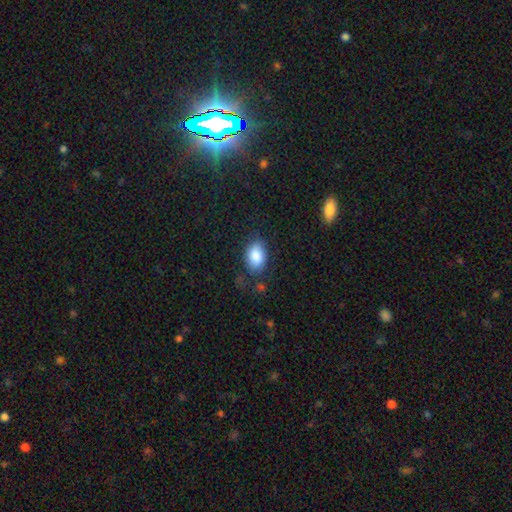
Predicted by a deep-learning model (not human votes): A smooth galaxy with no disk features (87%) that is in between round and cigar-shaped (86%). Merging: none (75%).